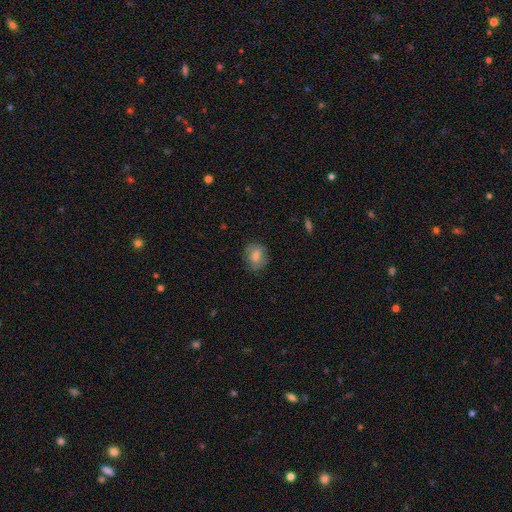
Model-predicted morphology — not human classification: Smooth or featured? smooth (70%)
How rounded? round (52%)
Merging? none (73%)